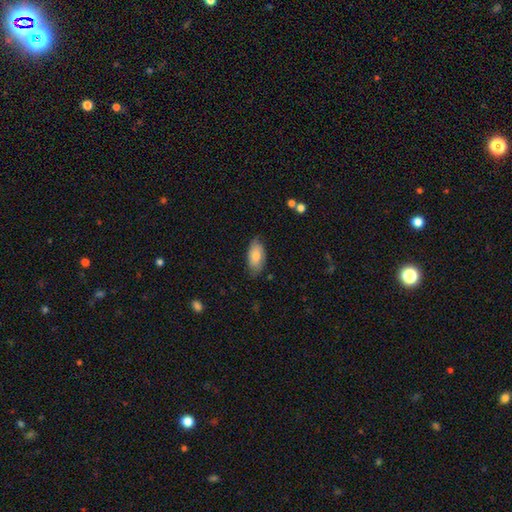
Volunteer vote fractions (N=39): Morphology: type=smooth (67%); roundness=in between (96%); merging=none (69%).